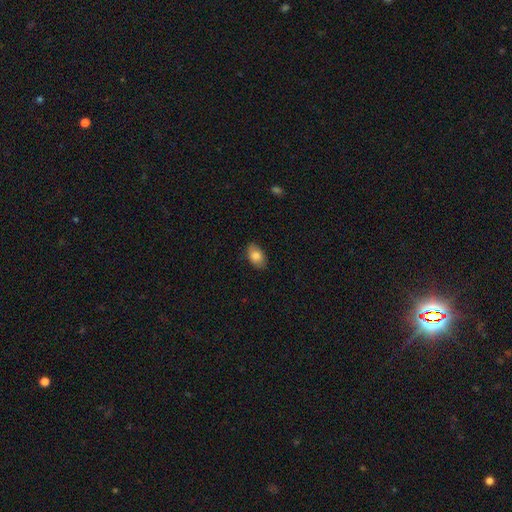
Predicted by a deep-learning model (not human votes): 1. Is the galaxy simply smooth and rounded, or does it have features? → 82% smooth, 11% featured or disk, 7% star or artifact.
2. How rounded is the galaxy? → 91% in between, 8% round, 2% cigar-shaped.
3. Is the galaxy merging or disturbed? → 83% none, 13% minor disturbance, 3% major disturbance, 1% merger.